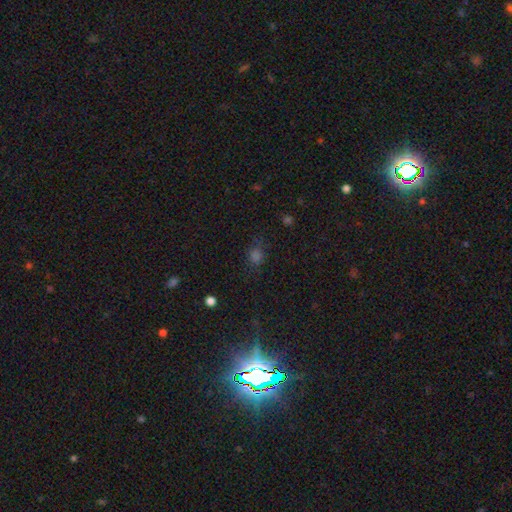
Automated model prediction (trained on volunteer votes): smooth-or-featured: smooth: 49% | star or artifact: 43% | featured or disk: 9%
  merging: none: 73% | minor disturbance: 15% | major disturbance: 9% | merger: 3%